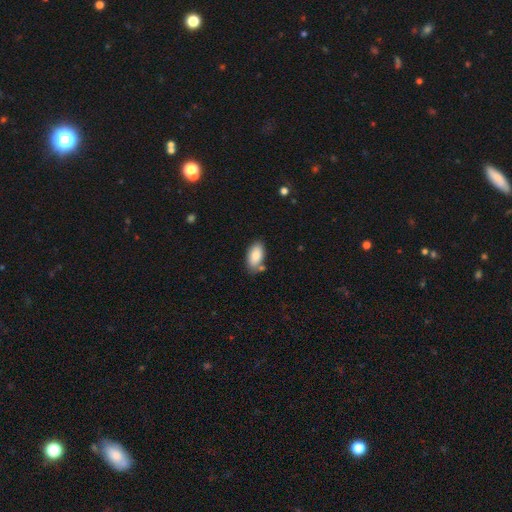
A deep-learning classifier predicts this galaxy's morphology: smooth_or_featured: smooth (p=0.83) [alt: featured or disk p=0.10]
how_rounded: in between (p=0.93) [alt: cigar-shaped p=0.04]
merging: none (p=0.72) [alt: minor disturbance p=0.16]